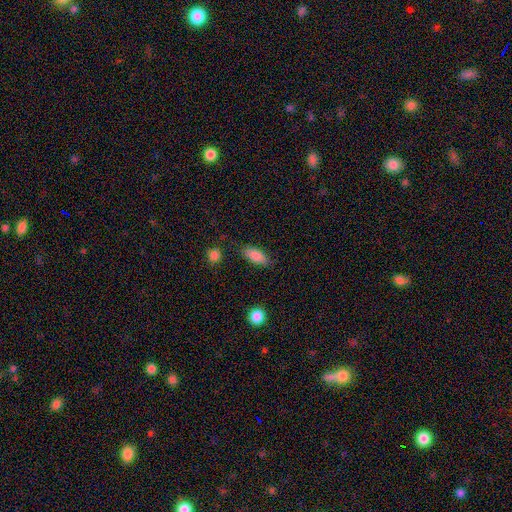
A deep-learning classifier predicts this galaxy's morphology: A smooth galaxy with no disk features (86%) that is in between round and cigar-shaped (84%).

Vote fractions:
- Smooth or featured? smooth: 86% / star or artifact: 7% / featured or disk: 7%
- How rounded? in between: 84% / cigar-shaped: 14% / round: 3%
- Merging? none: 80% / minor disturbance: 15% / major disturbance: 4% / merger: 2%